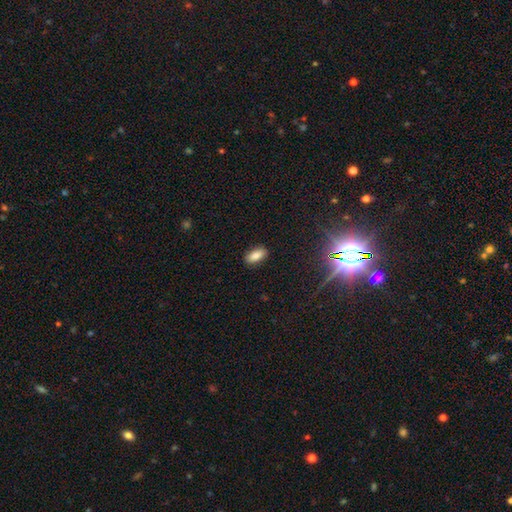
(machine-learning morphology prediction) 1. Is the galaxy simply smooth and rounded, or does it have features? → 82% smooth, 10% star or artifact, 8% featured or disk.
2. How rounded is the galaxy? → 88% in between, 9% cigar-shaped, 3% round.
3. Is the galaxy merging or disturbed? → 88% none, 9% minor disturbance, 2% major disturbance, 1% merger.